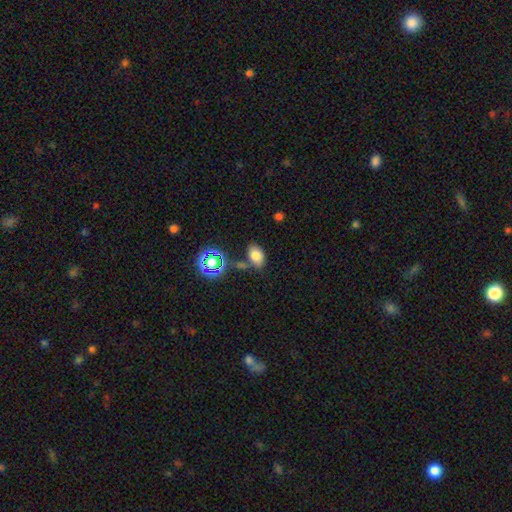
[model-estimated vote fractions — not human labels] A smooth galaxy with no disk features (75%) that is in between round and cigar-shaped (86%).

Vote fractions:
- Smooth or featured? smooth: 75% / star or artifact: 17% / featured or disk: 9%
- How rounded? in between: 86% / round: 12% / cigar-shaped: 1%
- Merging? none: 67% / minor disturbance: 16% / merger: 13% / major disturbance: 5%